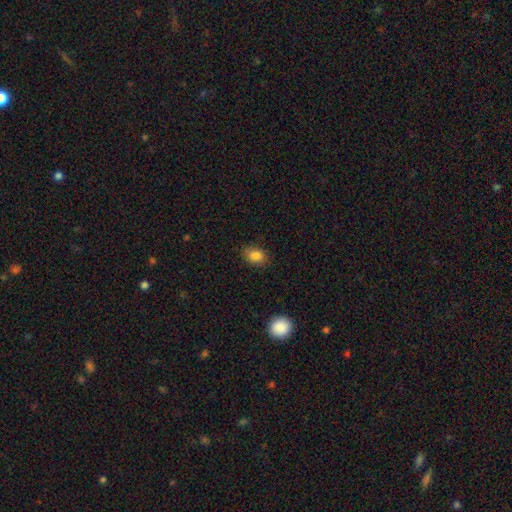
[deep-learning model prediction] This appears to be a smooth galaxy with no disk features (84%) that is in between round and cigar-shaped (71%). Merging: none (83%).